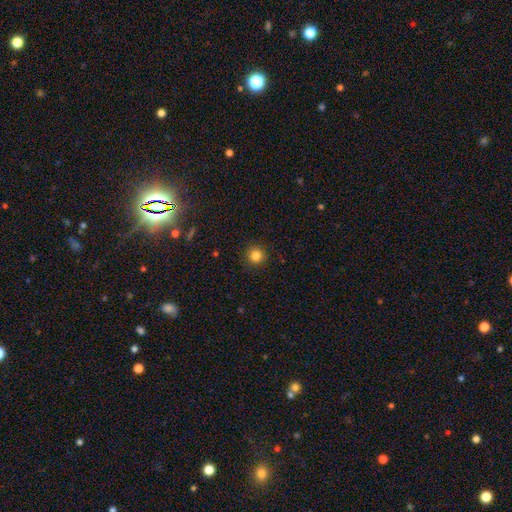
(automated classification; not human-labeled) smooth_or_featured: smooth (p=0.83) [alt: star or artifact p=0.12]
how_rounded: round (p=0.95) [alt: in between p=0.05]
merging: none (p=0.91) [alt: minor disturbance p=0.06]